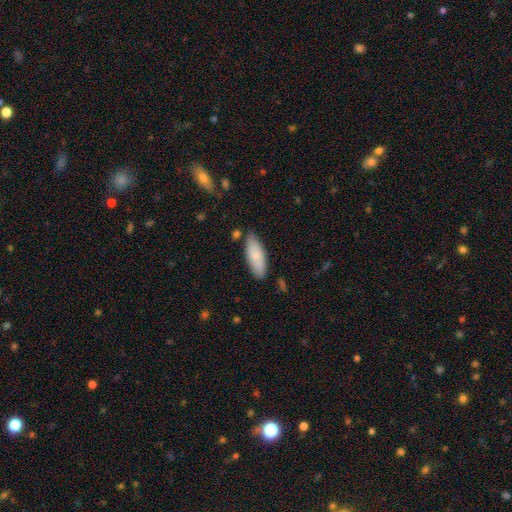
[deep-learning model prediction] A smooth galaxy with no disk features (83%) that is in between round and cigar-shaped (69%). Merging: none (80%).